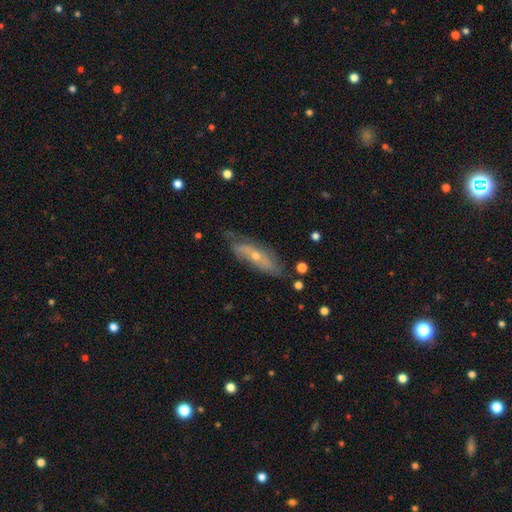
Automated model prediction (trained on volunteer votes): Smooth or featured? Predicted: featured or disk (p=0.64). Edge-on disk? Predicted: no (p=0.62). Merging? Predicted: none (p=0.64).